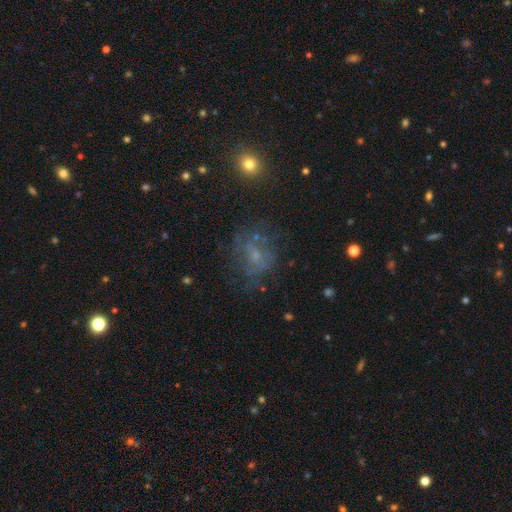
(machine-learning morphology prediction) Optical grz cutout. It shows a featured or disk galaxy (47%). Merging: none (53%).